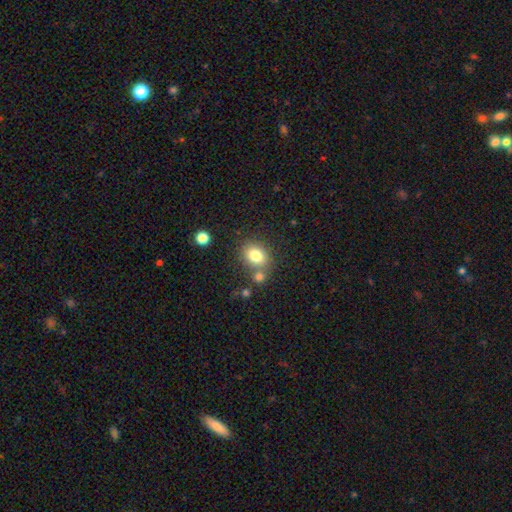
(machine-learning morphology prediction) This is likely a smooth galaxy (79%). How rounded: possibly in between (51%). Merging: likely none (63%).